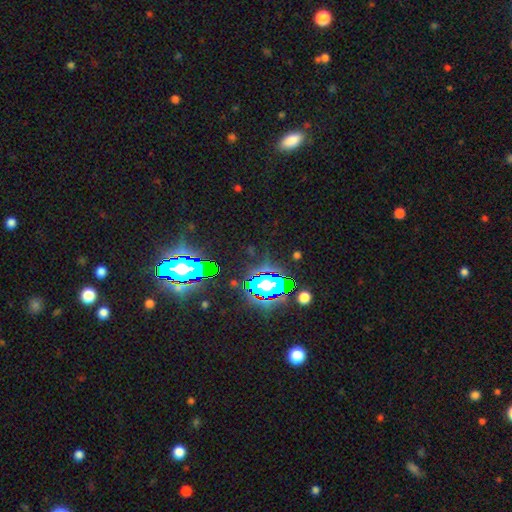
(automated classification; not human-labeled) Overall: star or artifact (81%).